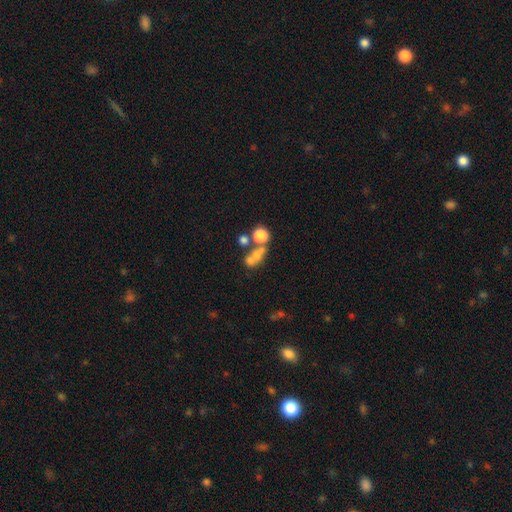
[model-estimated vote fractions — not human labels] Overall: smooth (57%; featured or disk 25%). How rounded: round (62%; in between 35%). Merging: merger (49%; none 33%).